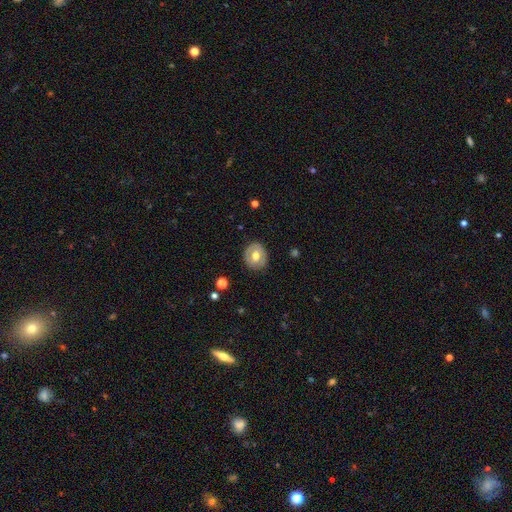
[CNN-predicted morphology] type=smooth (51%); roundness=round (69%); merging=none (84%).